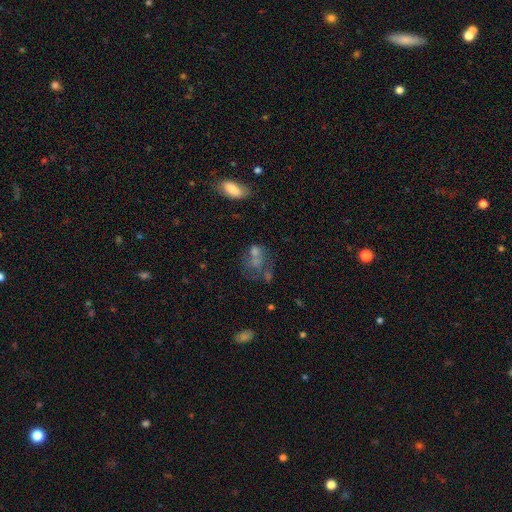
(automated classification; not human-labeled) Overall: smooth (54%; featured or disk 31%). How rounded: in between (60%; round 37%). Merging: merger (36%; none 26%).